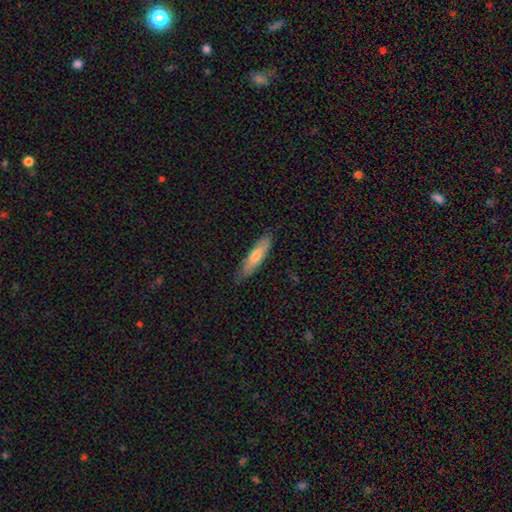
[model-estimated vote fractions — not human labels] Smooth or featured?
  - smooth: 67% *
  - featured or disk: 27%
  - star or artifact: 6%
How rounded?
  - cigar-shaped: 74% *
  - in between: 25%
  - round: 2%
Merging?
  - none: 83% *
  - minor disturbance: 13%
  - major disturbance: 2%
  - merger: 1%